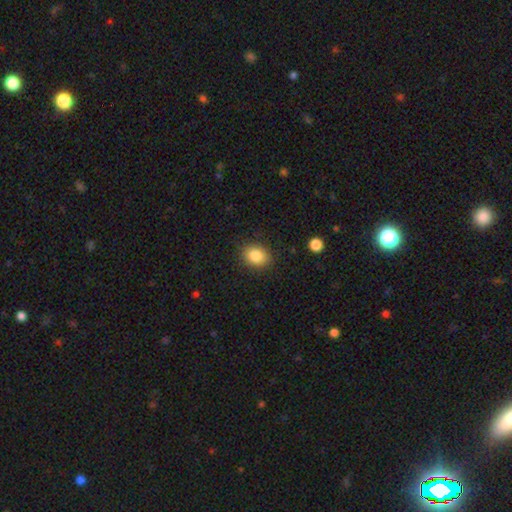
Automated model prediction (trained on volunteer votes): Q: Smooth or featured?
A: smooth (85%); runner-up: star or artifact (9%)
Q: How rounded?
A: in between (53%); runner-up: round (46%)
Q: Merging?
A: none (87%); runner-up: minor disturbance (9%)